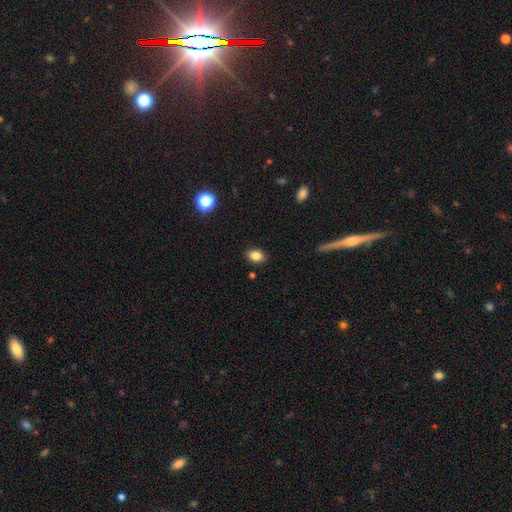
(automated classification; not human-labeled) A smooth galaxy with no disk features (85%) that is in between round and cigar-shaped (73%). Merging: none (88%).